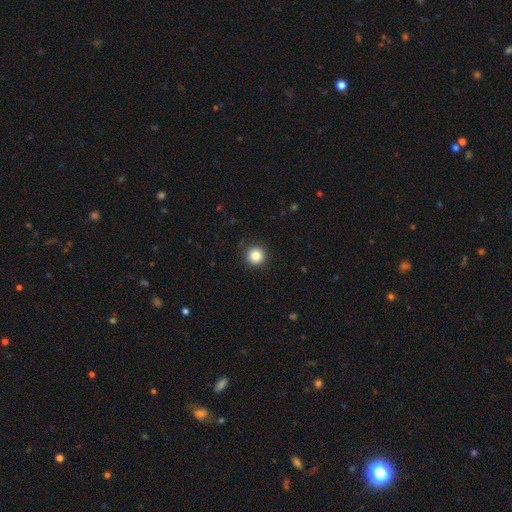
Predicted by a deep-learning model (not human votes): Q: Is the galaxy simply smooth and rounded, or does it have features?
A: smooth — 86%.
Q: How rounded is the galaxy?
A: round — 96%.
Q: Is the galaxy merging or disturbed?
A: none — 91%.